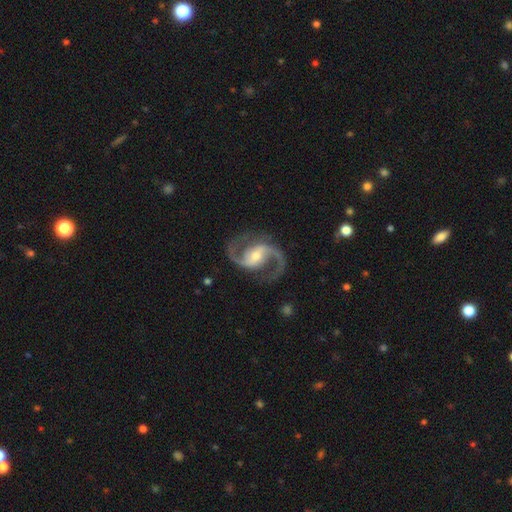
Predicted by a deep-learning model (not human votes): smooth_or_featured: featured or disk (p=0.94) [alt: star or artifact p=0.04]
disk_edge_on: no (p=0.98) [alt: yes p=0.02]
bar: weak (p=0.44) [alt: strong p=0.30]
has_spiral_arms: yes (p=0.98) [alt: no p=0.02]
spiral_winding: medium (p=0.59) [alt: loose p=0.31]
spiral_arm_count: 2 (p=0.94) [alt: 1 p=0.01]
bulge_size: moderate (p=0.53) [alt: small p=0.38]
merging: none (p=0.83) [alt: minor disturbance p=0.10]